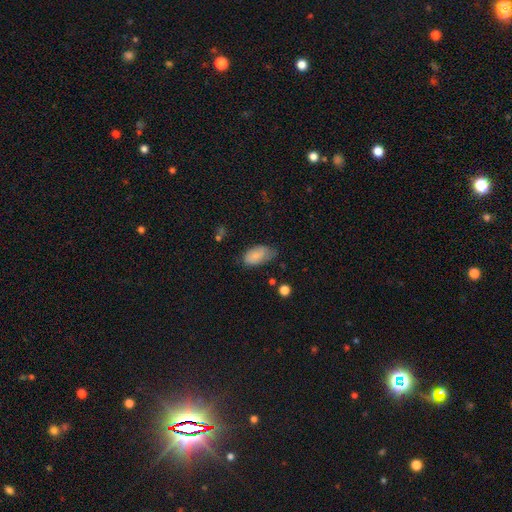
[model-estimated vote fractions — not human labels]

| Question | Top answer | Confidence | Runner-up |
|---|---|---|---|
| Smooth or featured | smooth | 83% | featured or disk (9%) |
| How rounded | in between | 94% | round (4%) |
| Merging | none | 53% | minor disturbance (36%) |